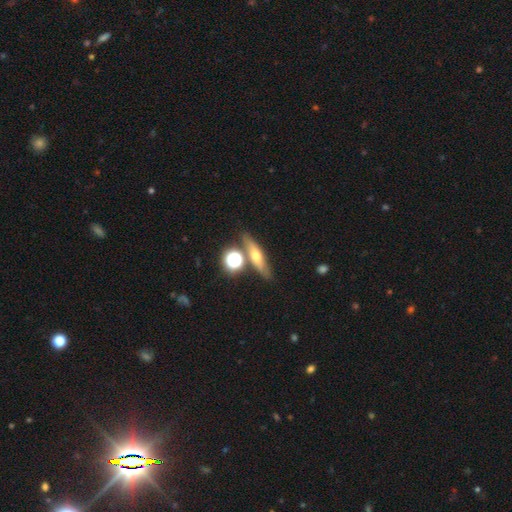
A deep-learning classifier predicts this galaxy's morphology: Smooth or featured?
  - featured or disk: 45% *
  - smooth: 41%
  - star or artifact: 14%
Merging?
  - none: 74% *
  - minor disturbance: 11%
  - merger: 11%
  - major disturbance: 4%